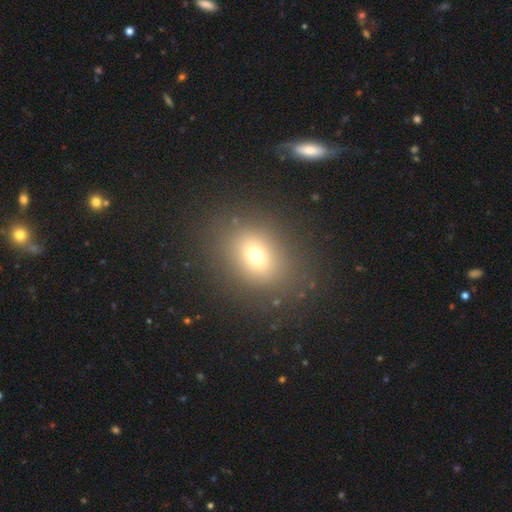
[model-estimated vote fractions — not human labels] smooth_or_featured: smooth (p=0.68) [alt: star or artifact p=0.18]
how_rounded: in between (p=0.53) [alt: round p=0.46]
merging: none (p=0.84) [alt: minor disturbance p=0.09]